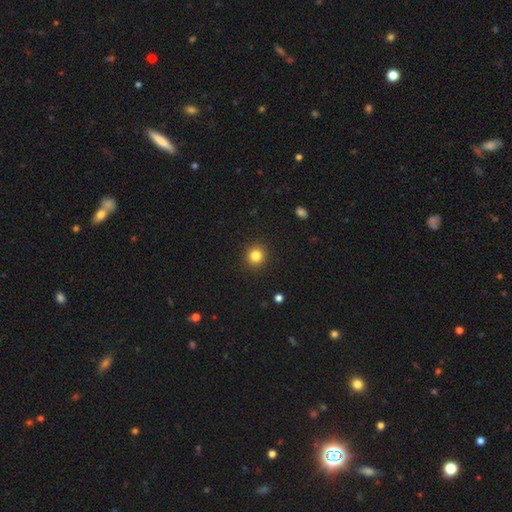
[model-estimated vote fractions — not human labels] smooth-or-featured: smooth: 83% | star or artifact: 12% | featured or disk: 5%
  how-rounded: round: 91% | in between: 8% | cigar-shaped: 1%
  merging: none: 92% | minor disturbance: 5% | major disturbance: 2% | merger: 1%